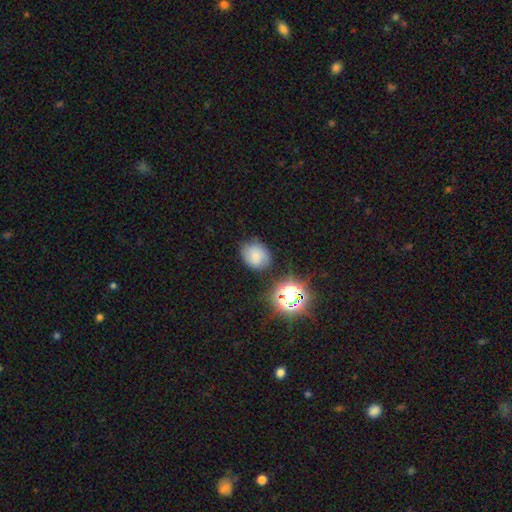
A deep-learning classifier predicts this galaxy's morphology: The model was most divided on "how rounded": round: 61%, in between: 38%, cigar-shaped: 1%. More confident: merging — none (76%); smooth or featured — smooth (74%).